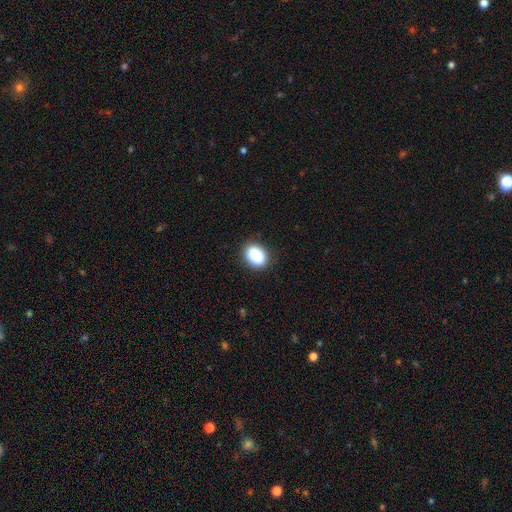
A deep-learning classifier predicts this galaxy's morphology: Smooth or featured?
  - smooth: 89% *
  - star or artifact: 8%
  - featured or disk: 4%
How rounded?
  - in between: 73% *
  - round: 26%
  - cigar-shaped: 1%
Merging?
  - none: 87% *
  - minor disturbance: 9%
  - major disturbance: 2%
  - merger: 1%